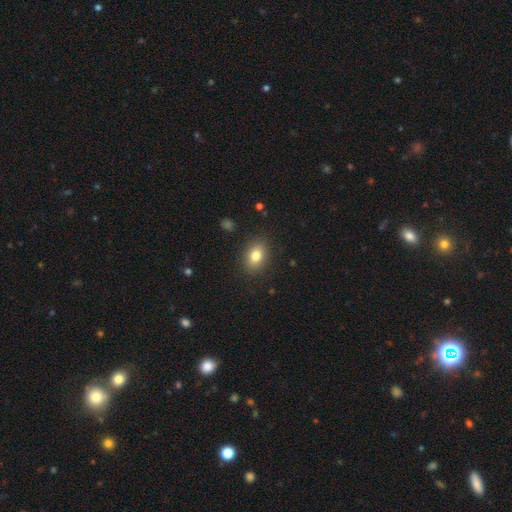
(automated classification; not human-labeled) Morphology: type=smooth (79%); roundness=in between (74%); merging=none (87%).